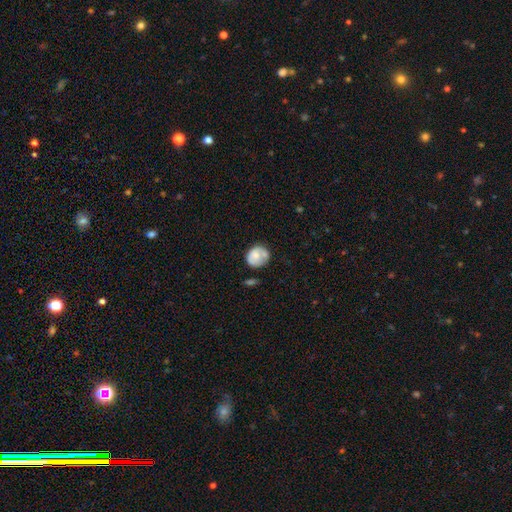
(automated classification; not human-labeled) smooth 68%, featured or disk 25%, star or artifact 7%. Down the decision tree: how rounded — round (70%); merging — none (54%).